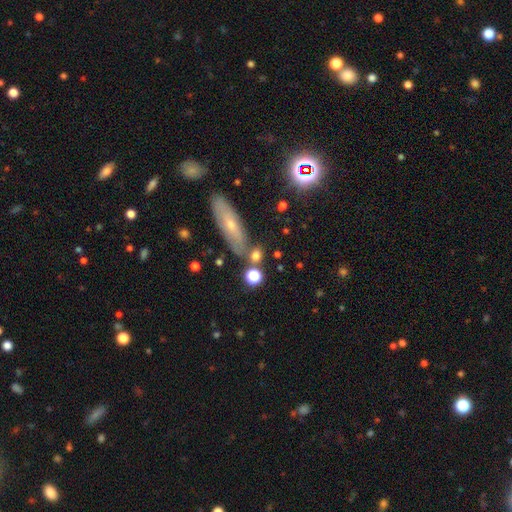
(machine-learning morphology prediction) type=smooth (73%); roundness=round (68%); merging=none (69%).